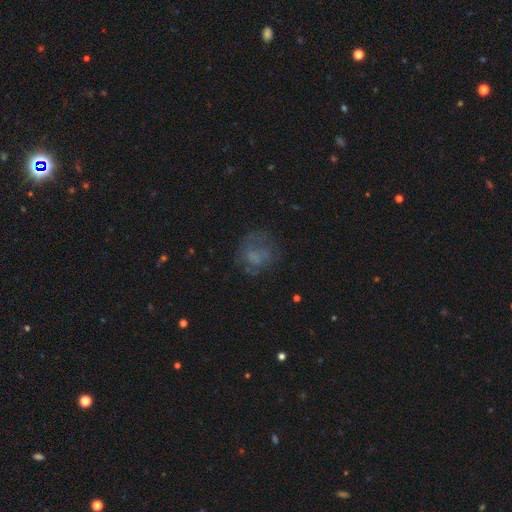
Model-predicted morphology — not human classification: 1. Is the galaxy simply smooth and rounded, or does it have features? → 48% smooth, 35% featured or disk, 17% star or artifact.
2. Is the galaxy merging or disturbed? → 52% none, 25% major disturbance, 20% minor disturbance, 2% merger.